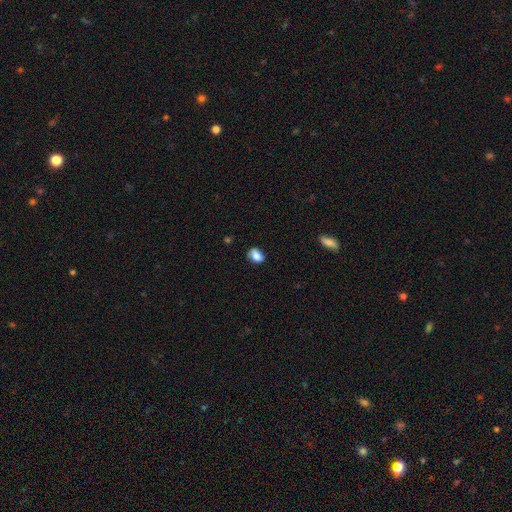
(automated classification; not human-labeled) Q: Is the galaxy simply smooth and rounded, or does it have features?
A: smooth — 78%.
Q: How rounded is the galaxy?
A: in between — 77%.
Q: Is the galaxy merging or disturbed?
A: none — 68%.